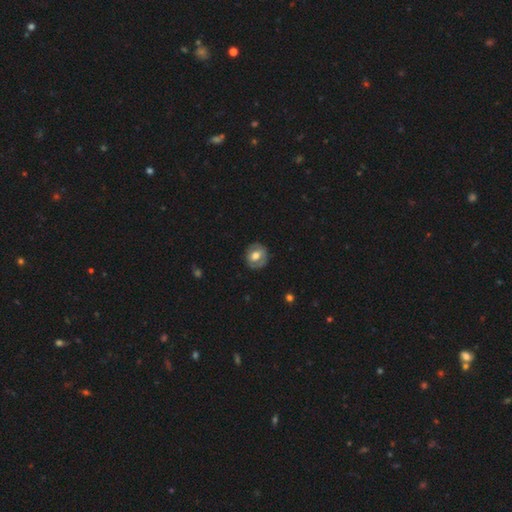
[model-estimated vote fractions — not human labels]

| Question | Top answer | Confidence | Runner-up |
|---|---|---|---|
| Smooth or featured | smooth | 54% | featured or disk (39%) |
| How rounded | round | 78% | in between (21%) |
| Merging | none | 82% | minor disturbance (13%) |